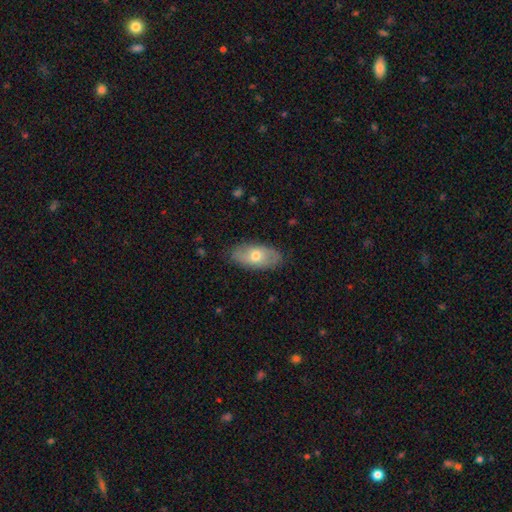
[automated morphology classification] Q: Smooth or featured?
A: smooth (58%); runner-up: featured or disk (36%)
Q: How rounded?
A: in between (91%); runner-up: cigar-shaped (5%)
Q: Merging?
A: none (84%); runner-up: minor disturbance (13%)